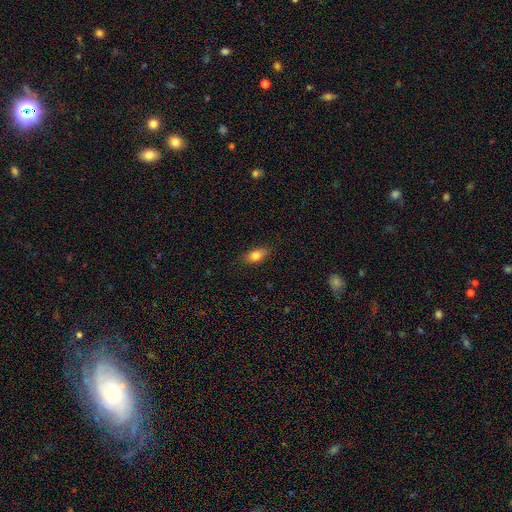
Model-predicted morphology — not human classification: This appears to be a smooth galaxy with no disk features (78%) that is in between round and cigar-shaped (81%). Merging: none (84%).